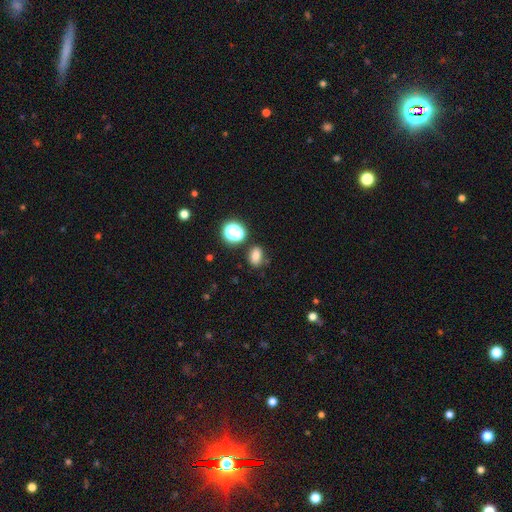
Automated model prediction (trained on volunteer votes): The model was most divided on "how rounded": in between: 73%, round: 26%, cigar-shaped: 1%. More confident: smooth or featured — smooth (76%); merging — none (73%).